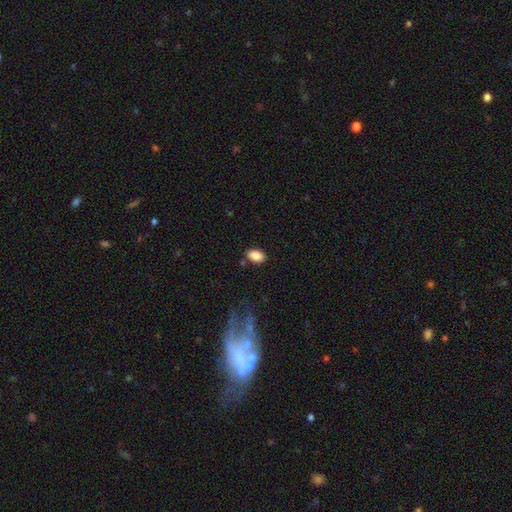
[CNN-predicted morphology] Q: Smooth or featured?
A: smooth (88%); runner-up: star or artifact (8%)
Q: How rounded?
A: in between (89%); runner-up: round (10%)
Q: Merging?
A: none (82%); runner-up: minor disturbance (12%)